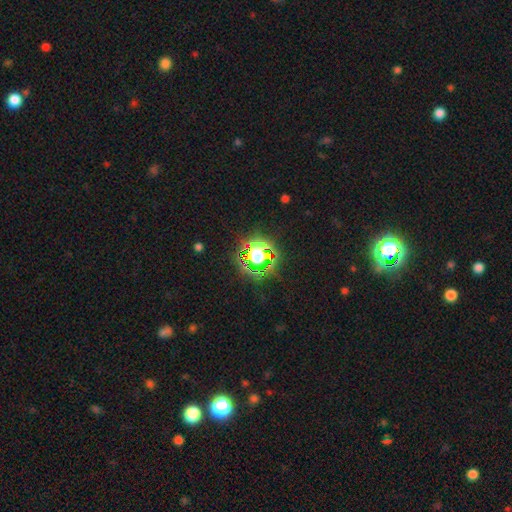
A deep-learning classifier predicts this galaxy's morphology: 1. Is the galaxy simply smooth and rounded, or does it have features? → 56% star or artifact, 33% smooth, 11% featured or disk.